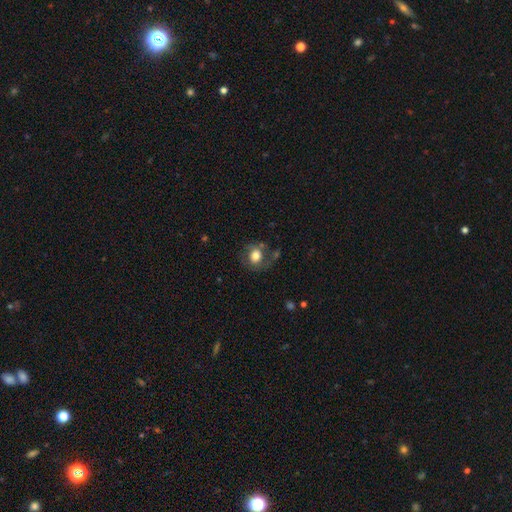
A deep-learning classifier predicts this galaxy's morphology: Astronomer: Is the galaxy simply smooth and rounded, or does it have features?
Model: smooth — 64%.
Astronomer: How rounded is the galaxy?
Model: round — 70%.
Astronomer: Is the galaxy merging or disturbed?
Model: none — 58%.